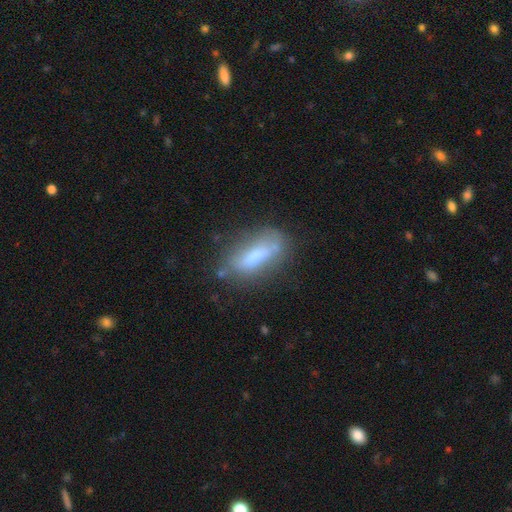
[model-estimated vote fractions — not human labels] Smooth or featured: smooth — 62% (featured or disk — 29%)
How rounded: in between — 60% (cigar-shaped — 37%)
Merging: none — 56% (minor disturbance — 24%)